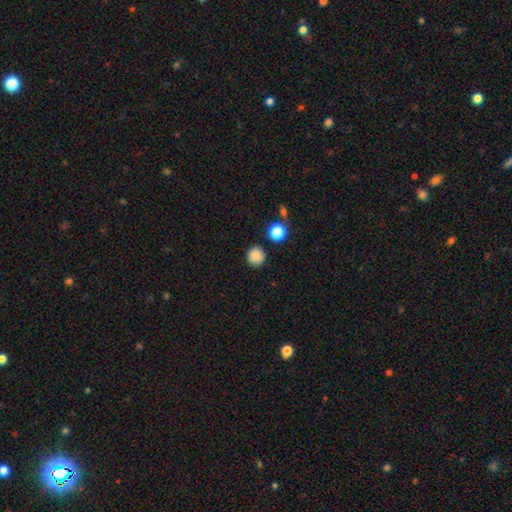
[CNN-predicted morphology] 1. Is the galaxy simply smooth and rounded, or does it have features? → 86% smooth, 11% star or artifact, 4% featured or disk.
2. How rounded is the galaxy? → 92% round, 7% in between, 1% cigar-shaped.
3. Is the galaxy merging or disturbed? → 88% none, 7% minor disturbance, 3% merger, 2% major disturbance.